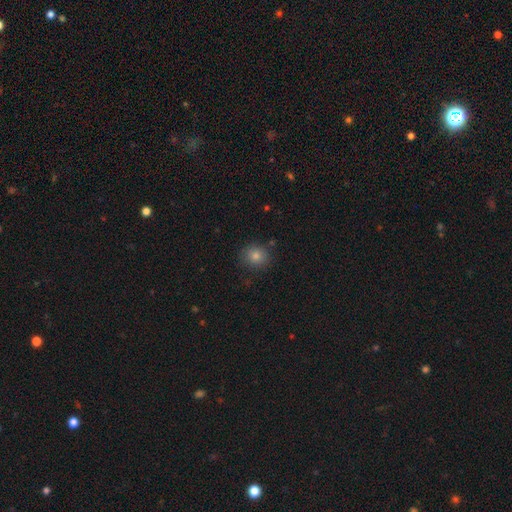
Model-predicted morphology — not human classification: This is likely a smooth galaxy (78%). How rounded: clearly round (86%). Merging: clearly none (86%).